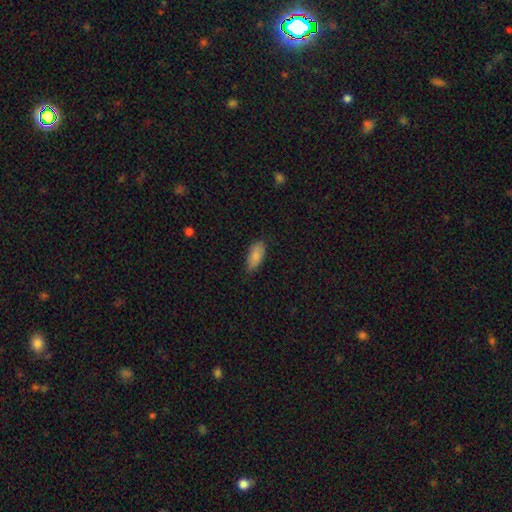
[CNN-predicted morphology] type=smooth (84%); roundness=in between (89%); merging=none (67%).